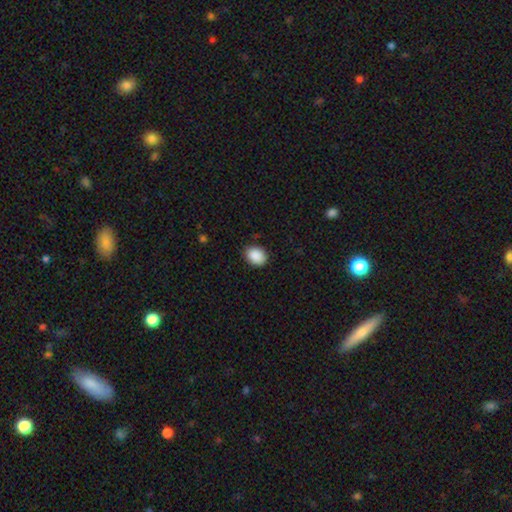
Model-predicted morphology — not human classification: smooth-or-featured: smooth: 89% | star or artifact: 8% | featured or disk: 3%
  how-rounded: in between: 55% | round: 44% | cigar-shaped: 1%
  merging: none: 85% | minor disturbance: 12% | major disturbance: 2% | merger: 1%